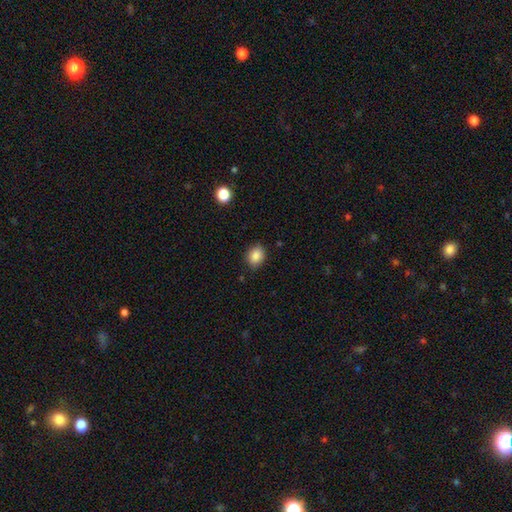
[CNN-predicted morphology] This appears to be a smooth galaxy with no disk features (86%) that is in between round and cigar-shaped (51%). Merging: none (83%).